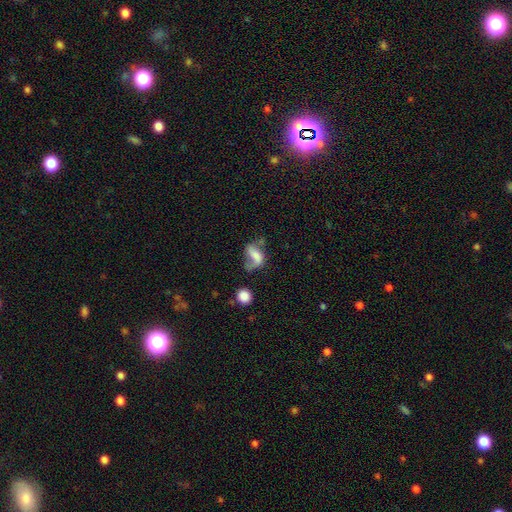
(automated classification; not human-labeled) This appears to be a featured or disk galaxy (49%). Merging: major disturbance (33%).